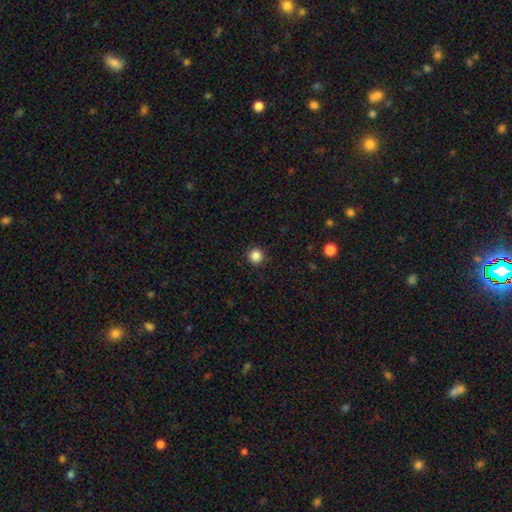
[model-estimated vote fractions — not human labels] The model was most divided on "smooth or featured": smooth: 85%, star or artifact: 11%, featured or disk: 3%. More confident: how rounded — round (95%); merging — none (92%).